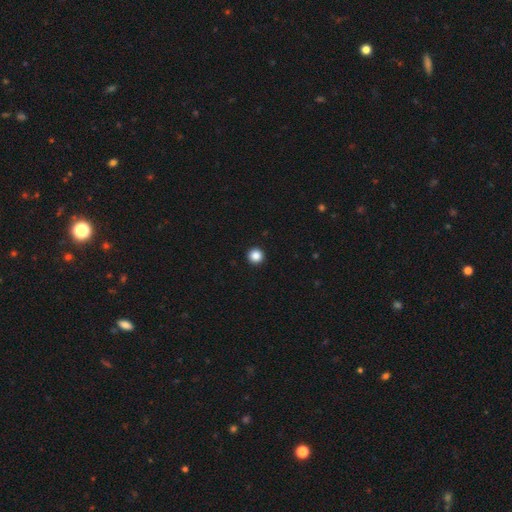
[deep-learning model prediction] Q: Smooth or featured?
A: smooth (87%); runner-up: star or artifact (10%)
Q: How rounded?
A: round (97%); runner-up: in between (2%)
Q: Merging?
A: none (94%); runner-up: minor disturbance (3%)